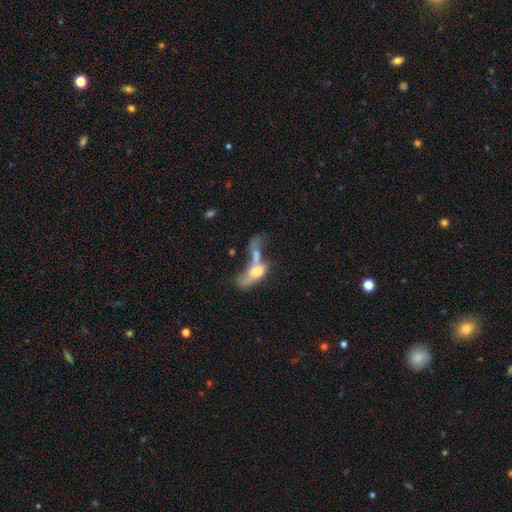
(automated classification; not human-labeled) A featured or disk galaxy (46%).

Vote fractions:
- Smooth or featured? featured or disk: 46% / smooth: 42% / star or artifact: 12%
- Merging? merger: 61% / major disturbance: 18% / none: 13% / minor disturbance: 8%